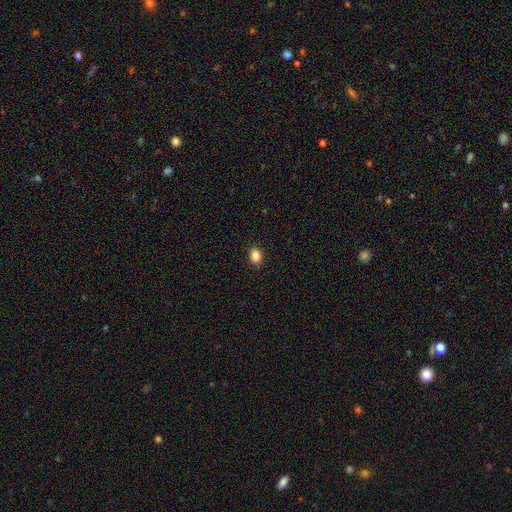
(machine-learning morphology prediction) Smooth or featured: smooth — 86% (star or artifact — 10%)
How rounded: in between — 70% (round — 28%)
Merging: none — 90% (minor disturbance — 8%)